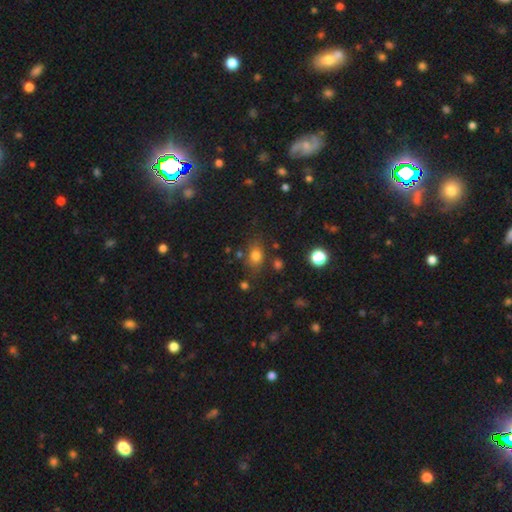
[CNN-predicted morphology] smooth 77%, star or artifact 15%, featured or disk 9%. Down the decision tree: how rounded — in between (62%); merging — none (75%).